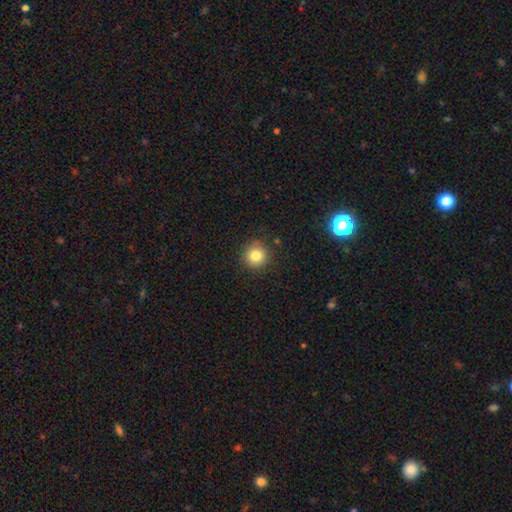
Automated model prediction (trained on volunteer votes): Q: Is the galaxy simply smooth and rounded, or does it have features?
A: smooth — 82%.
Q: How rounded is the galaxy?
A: round — 94%.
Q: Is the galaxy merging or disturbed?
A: none — 87%.